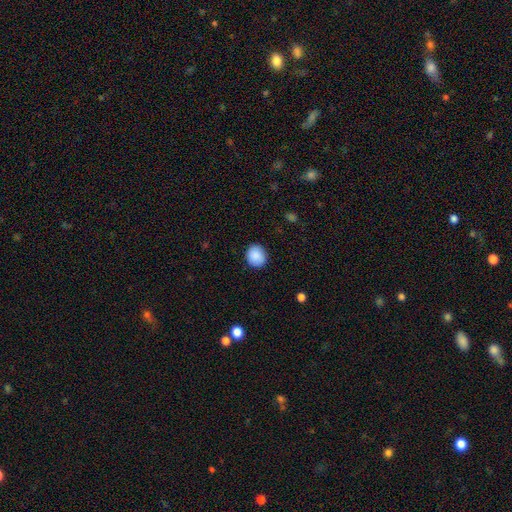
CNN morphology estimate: A smooth galaxy with no disk features (89%) that is round (68%). Merging: none (88%).